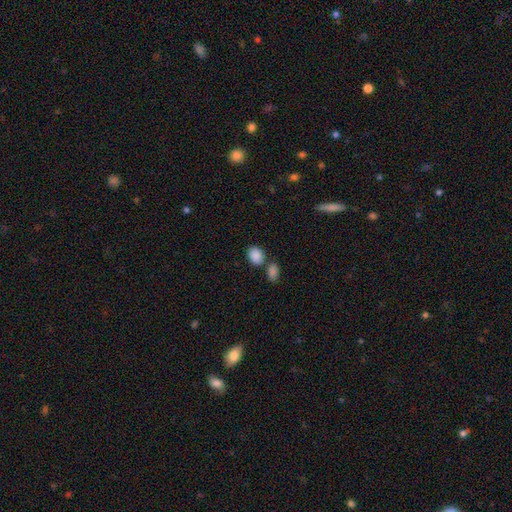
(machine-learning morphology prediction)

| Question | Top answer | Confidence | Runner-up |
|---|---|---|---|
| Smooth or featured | smooth | 88% | star or artifact (8%) |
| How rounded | in between | 63% | round (36%) |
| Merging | none | 59% | merger (26%) |